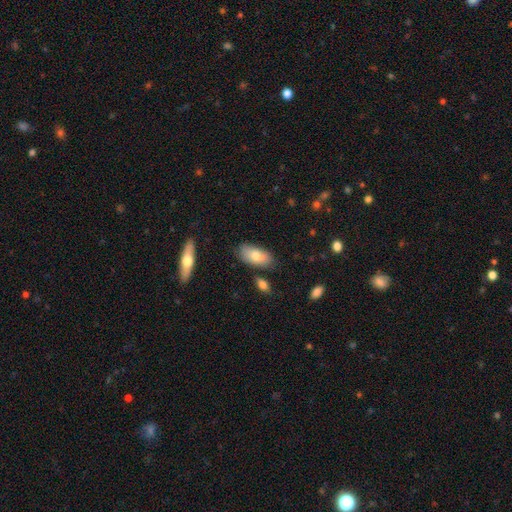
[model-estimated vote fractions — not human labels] This appears to be a smooth galaxy with no disk features (74%) that is in between round and cigar-shaped (91%). Merging: none (75%).